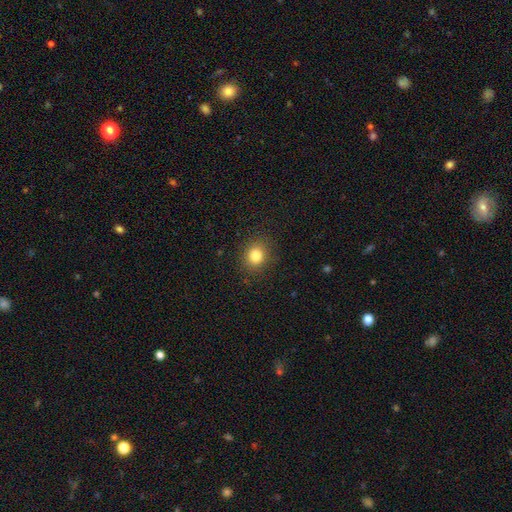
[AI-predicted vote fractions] A smooth galaxy with no disk features (82%) that is round (77%).

Vote fractions:
- Smooth or featured? smooth: 82% / star or artifact: 12% / featured or disk: 6%
- How rounded? round: 77% / in between: 22% / cigar-shaped: 1%
- Merging? none: 88% / minor disturbance: 8% / major disturbance: 3% / merger: 1%